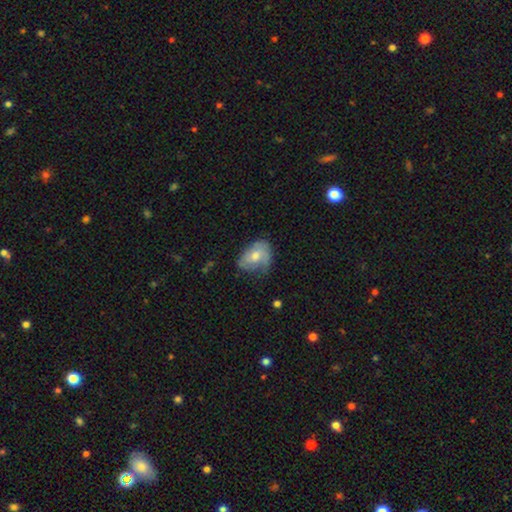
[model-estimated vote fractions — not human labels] smooth-or-featured: smooth: 47% | featured or disk: 46% | star or artifact: 7%
  merging: none: 49% | minor disturbance: 34% | major disturbance: 15% | merger: 2%